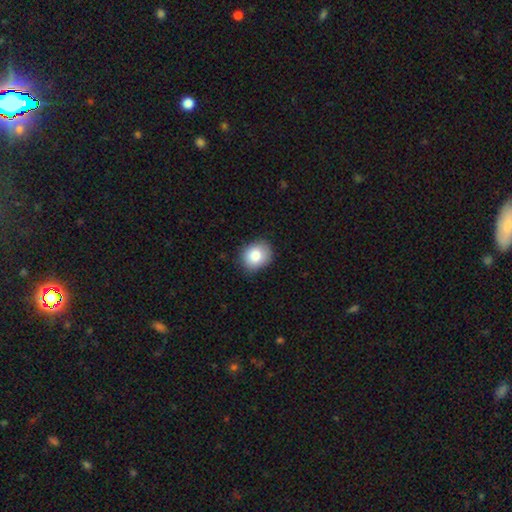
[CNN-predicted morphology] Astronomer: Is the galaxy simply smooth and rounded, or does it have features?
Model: smooth — 82%.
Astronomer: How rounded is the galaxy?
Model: round — 61% (runner-up: in between, 39%).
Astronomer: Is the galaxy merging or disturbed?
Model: none — 83%.